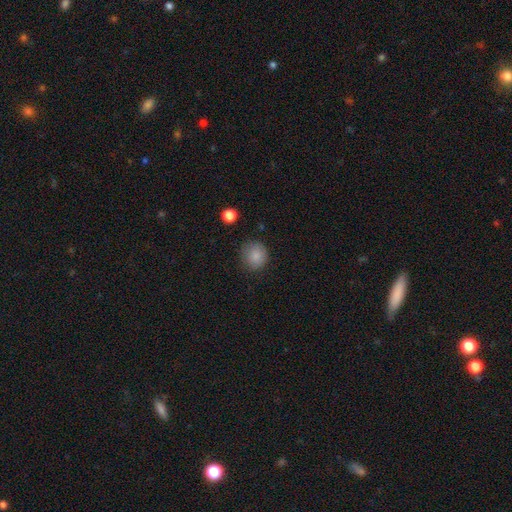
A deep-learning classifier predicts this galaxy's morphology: Smooth or featured? smooth (86%)
How rounded? round (86%)
Merging? none (81%)